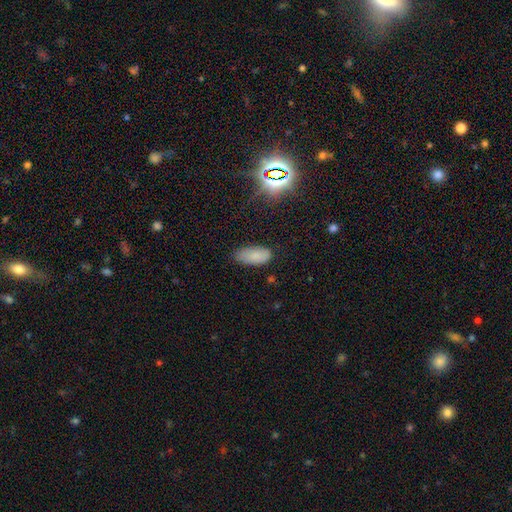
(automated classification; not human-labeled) The model was most divided on "merging": none: 75%, minor disturbance: 19%, major disturbance: 4%, merger: 2%. More confident: how rounded — in between (91%); smooth or featured — smooth (80%).